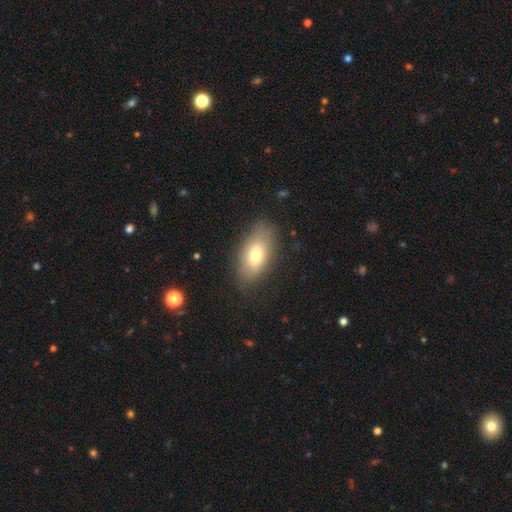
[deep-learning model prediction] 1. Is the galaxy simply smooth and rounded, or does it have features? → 73% smooth, 19% featured or disk, 8% star or artifact.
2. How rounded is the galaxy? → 90% in between, 6% cigar-shaped, 4% round.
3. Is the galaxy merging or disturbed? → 81% none, 14% minor disturbance, 4% major disturbance, 1% merger.